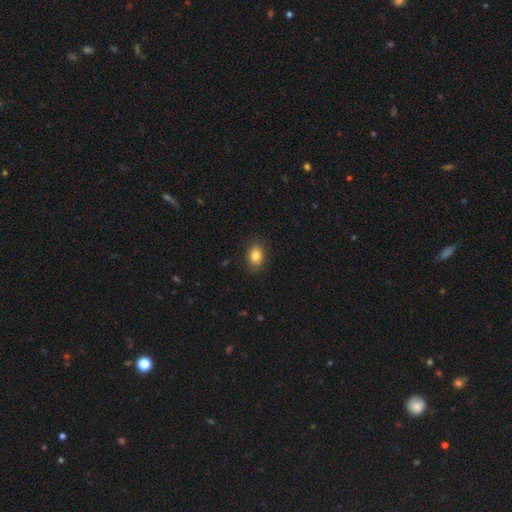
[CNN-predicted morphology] A smooth galaxy with no disk features (84%) that is in between round and cigar-shaped (77%). Merging: none (87%).